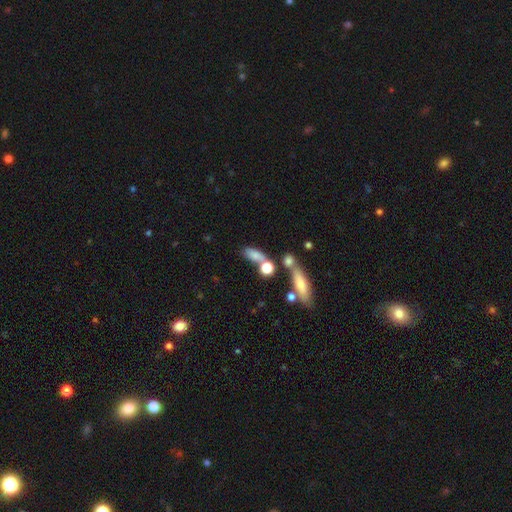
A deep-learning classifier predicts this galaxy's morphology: Smooth or featured?
  - smooth: 72% *
  - featured or disk: 16%
  - star or artifact: 12%
How rounded?
  - in between: 58% *
  - cigar-shaped: 27%
  - round: 15%
Merging?
  - none: 41% *
  - merger: 35%
  - minor disturbance: 15%
  - major disturbance: 9%